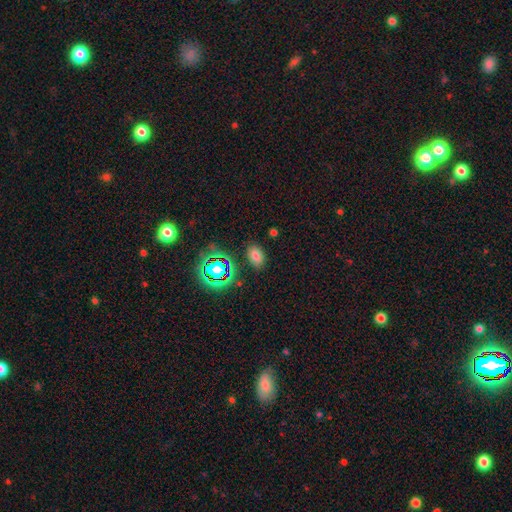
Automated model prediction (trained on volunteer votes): Smooth or featured: smooth — 70% (star or artifact — 22%)
How rounded: in between — 84% (round — 14%)
Merging: none — 84% (minor disturbance — 10%)